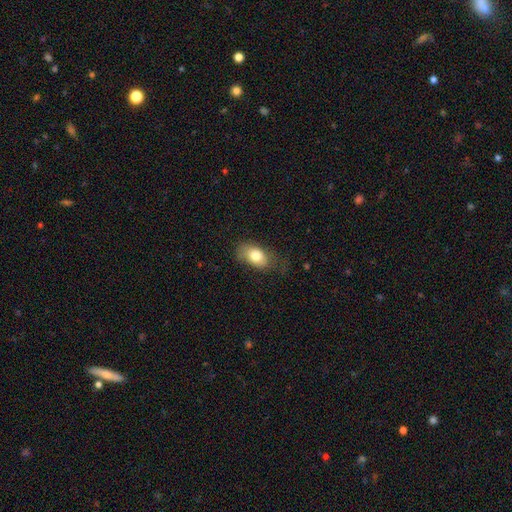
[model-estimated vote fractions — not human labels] The model was most divided on "merging": none: 59%, minor disturbance: 28%, major disturbance: 12%, merger: 1%. More confident: how rounded — in between (88%); smooth or featured — smooth (79%).